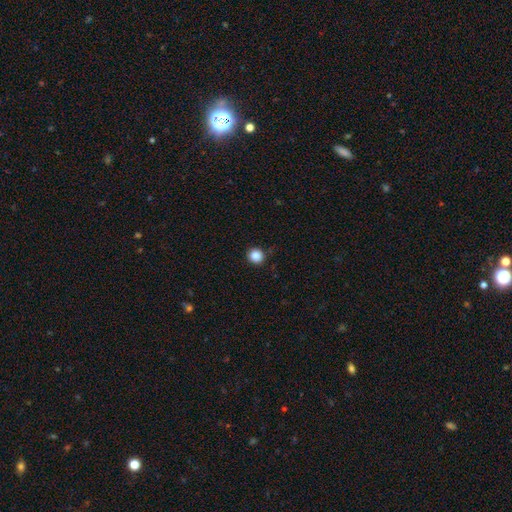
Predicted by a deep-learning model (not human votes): smooth_or_featured: smooth (p=0.87) [alt: star or artifact p=0.10]
how_rounded: round (p=0.92) [alt: in between p=0.07]
merging: none (p=0.90) [alt: minor disturbance p=0.07]